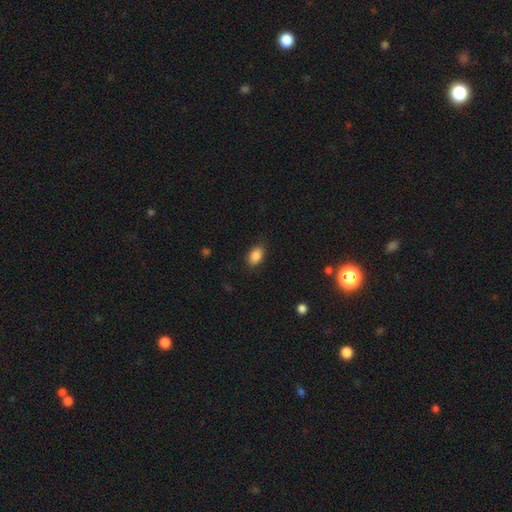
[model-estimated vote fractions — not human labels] This is clearly a smooth galaxy (88%). How rounded: clearly in between (87%). Merging: clearly none (86%).